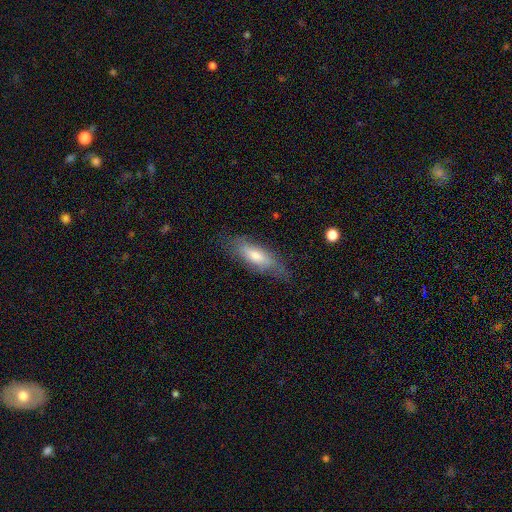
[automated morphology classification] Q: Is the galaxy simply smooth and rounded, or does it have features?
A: smooth — 64%.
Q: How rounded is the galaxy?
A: in between — 56%.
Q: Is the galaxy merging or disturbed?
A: none — 70%.